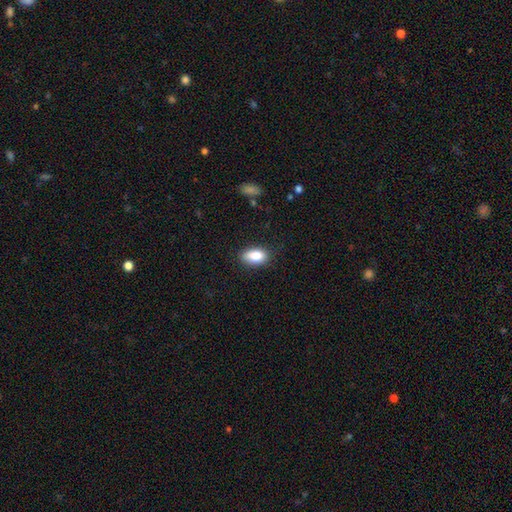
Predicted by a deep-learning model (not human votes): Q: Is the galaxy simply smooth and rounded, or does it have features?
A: smooth — 86%.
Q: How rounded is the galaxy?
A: in between — 90%.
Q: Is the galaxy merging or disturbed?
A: none — 80%.